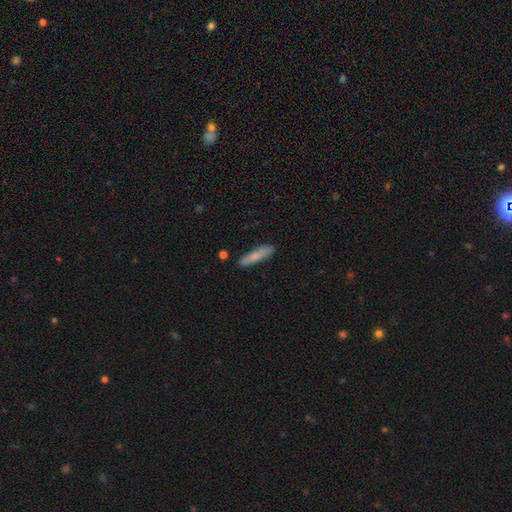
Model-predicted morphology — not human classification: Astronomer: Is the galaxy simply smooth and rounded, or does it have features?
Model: smooth — 75%.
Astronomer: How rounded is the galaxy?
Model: cigar-shaped — 84%.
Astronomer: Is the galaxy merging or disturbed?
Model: none — 84%.